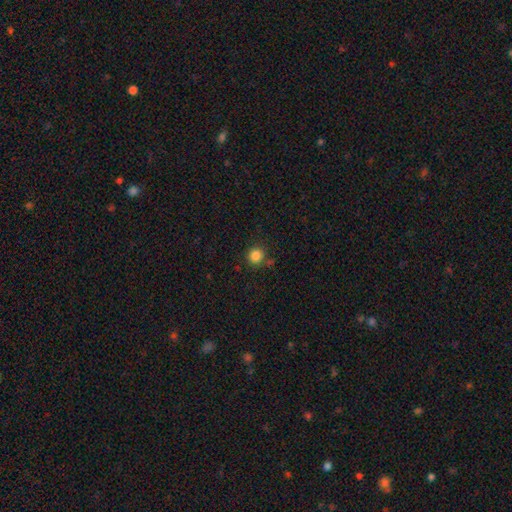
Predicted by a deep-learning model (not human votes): Q: Smooth or featured?
A: smooth (84%); runner-up: star or artifact (12%)
Q: How rounded?
A: round (93%); runner-up: in between (6%)
Q: Merging?
A: none (83%); runner-up: minor disturbance (9%)